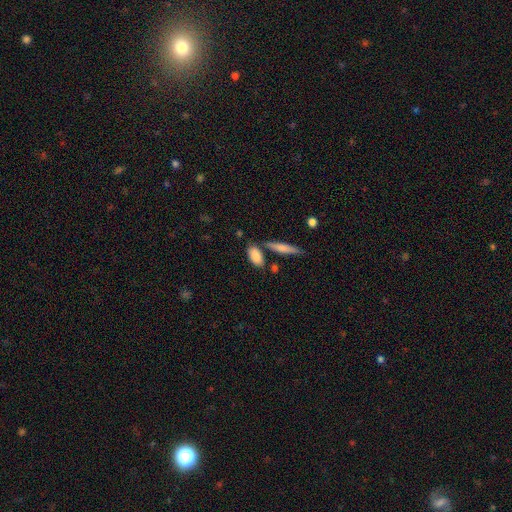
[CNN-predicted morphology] type=smooth (84%); roundness=in between (85%); merging=none (69%).